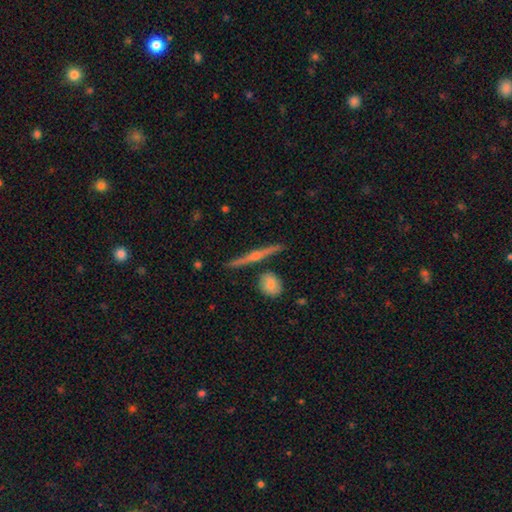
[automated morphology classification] The model was most divided on "smooth or featured": featured or disk: 76%, smooth: 17%, star or artifact: 7%. More confident: edge-on disk — yes (97%); merging — none (84%); edge-on bulge — rounded (82%).